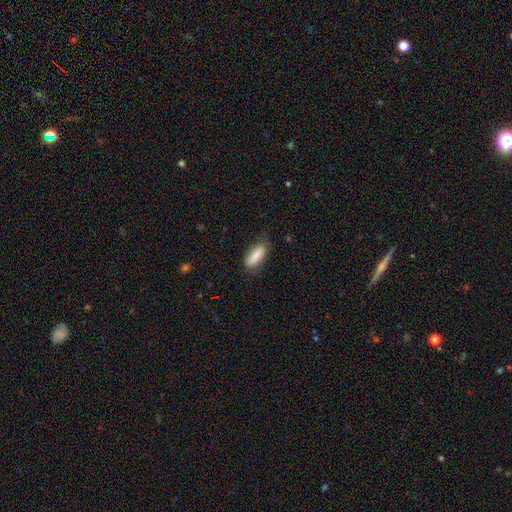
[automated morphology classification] Smooth or featured?
  - smooth: 84% *
  - featured or disk: 10%
  - star or artifact: 6%
How rounded?
  - in between: 68% *
  - cigar-shaped: 30%
  - round: 2%
Merging?
  - none: 74% *
  - minor disturbance: 20%
  - major disturbance: 5%
  - merger: 1%